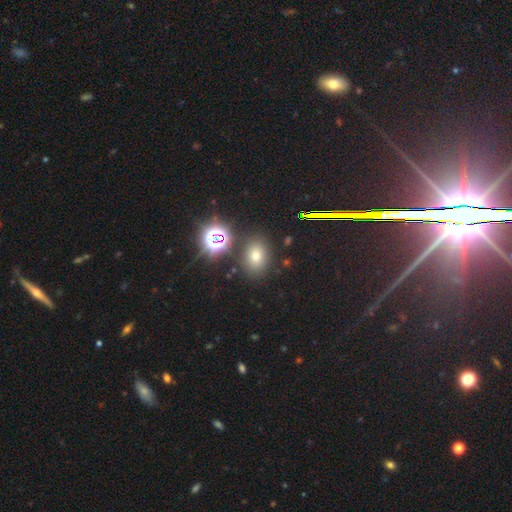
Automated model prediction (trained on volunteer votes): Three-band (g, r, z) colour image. It shows a smooth galaxy with no disk features (59%) that is in between round and cigar-shaped (65%). Merging: none (83%).